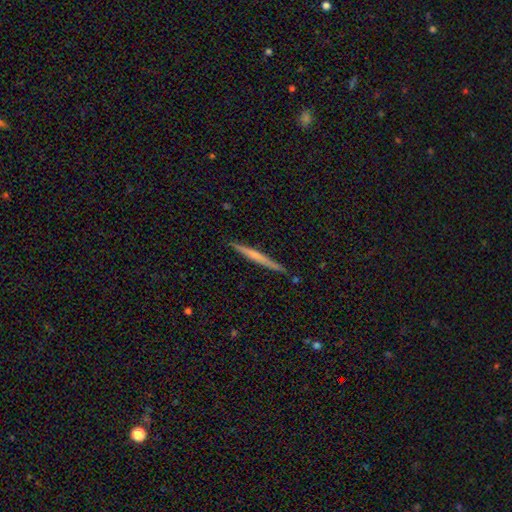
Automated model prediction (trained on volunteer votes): Q: Smooth or featured?
A: featured or disk (49%); runner-up: smooth (45%)
Q: Merging?
A: none (89%); runner-up: minor disturbance (8%)